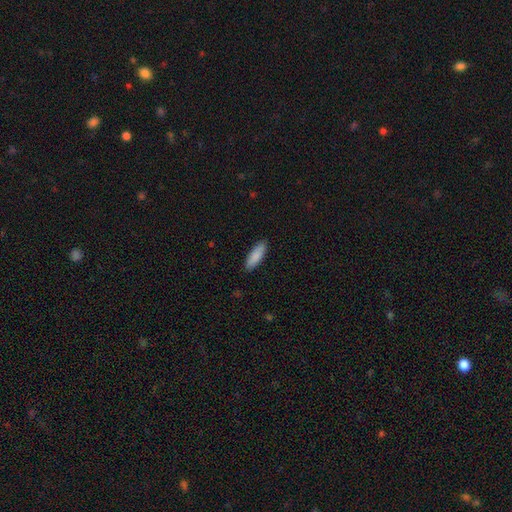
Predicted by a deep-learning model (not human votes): smooth_or_featured: smooth (p=0.88) [alt: featured or disk p=0.06]
how_rounded: cigar-shaped (p=0.50) [alt: in between p=0.48]
merging: none (p=0.90) [alt: minor disturbance p=0.08]